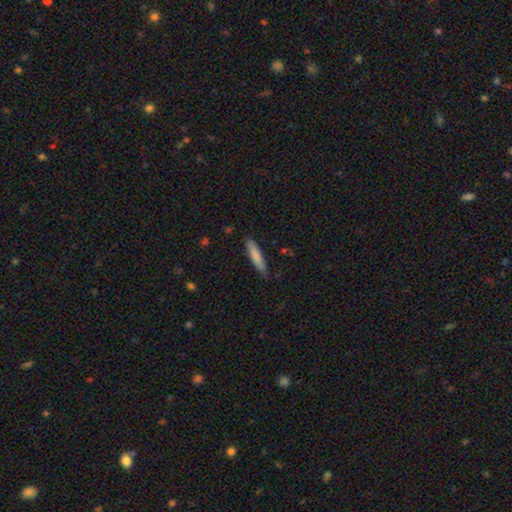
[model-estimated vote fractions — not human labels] smooth_or_featured: smooth (p=0.80) [alt: featured or disk p=0.14]
how_rounded: cigar-shaped (p=0.84) [alt: in between p=0.15]
merging: none (p=0.81) [alt: minor disturbance p=0.15]